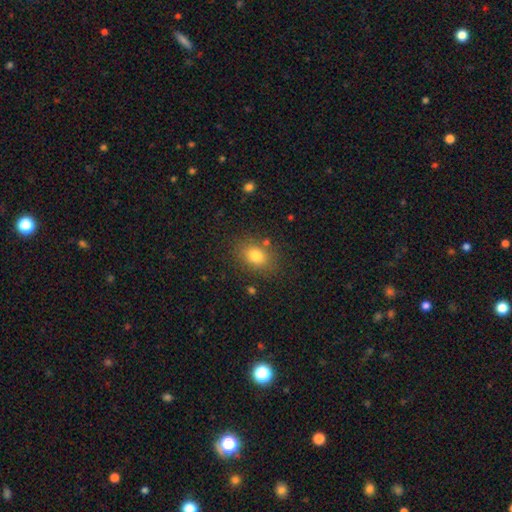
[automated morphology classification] type=smooth (80%); roundness=in between (66%); merging=none (80%).